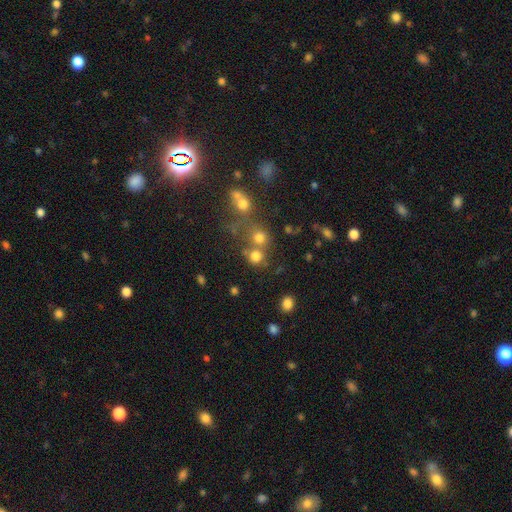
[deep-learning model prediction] Smooth or featured? smooth (75%)
How rounded? round (87%)
Merging? none (56%)